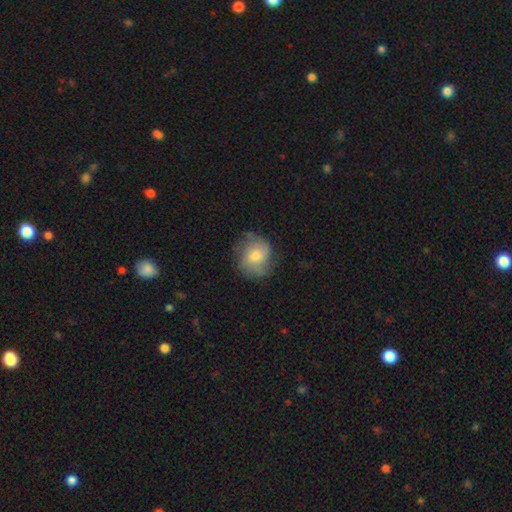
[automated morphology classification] Overall: smooth (52%; featured or disk 40%). How rounded: round (75%). Merging: none (65%).